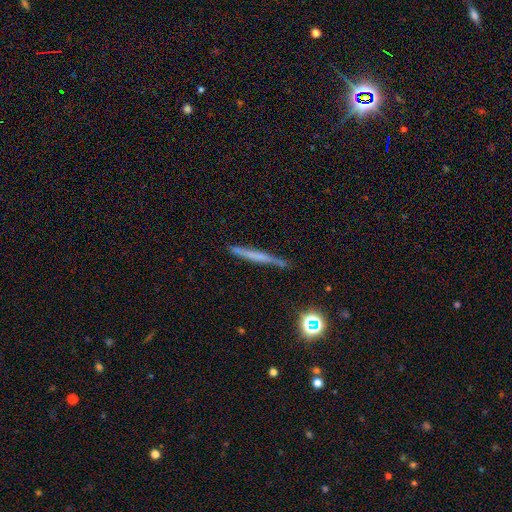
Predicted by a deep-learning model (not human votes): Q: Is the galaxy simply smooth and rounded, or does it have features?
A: featured or disk — 46%.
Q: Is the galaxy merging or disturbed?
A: none — 85%.